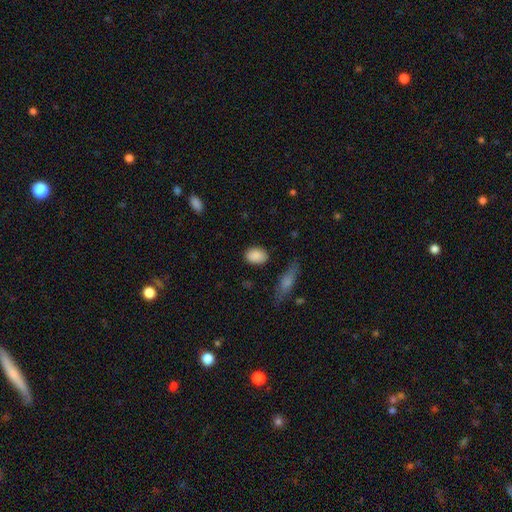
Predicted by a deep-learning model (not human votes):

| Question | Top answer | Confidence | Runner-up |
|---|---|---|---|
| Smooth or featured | smooth | 88% | star or artifact (7%) |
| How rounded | in between | 78% | round (20%) |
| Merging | none | 83% | minor disturbance (12%) |